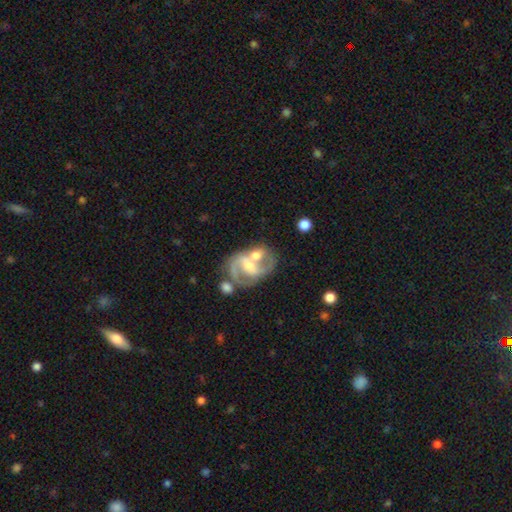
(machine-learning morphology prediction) Smooth or featured: featured or disk — 79% (smooth — 15%)
Edge-on disk: no — 97% (yes — 3%)
Bar: weak — 40% (strong — 33%)
Spiral arms: yes — 84% (no — 16%)
Spiral winding: medium — 52% (loose — 30%)
Spiral arm count: 2 — 83% (can't tell — 7%)
Bulge size: moderate — 49% (small — 35%)
Merging: none — 38% (merger — 35%)